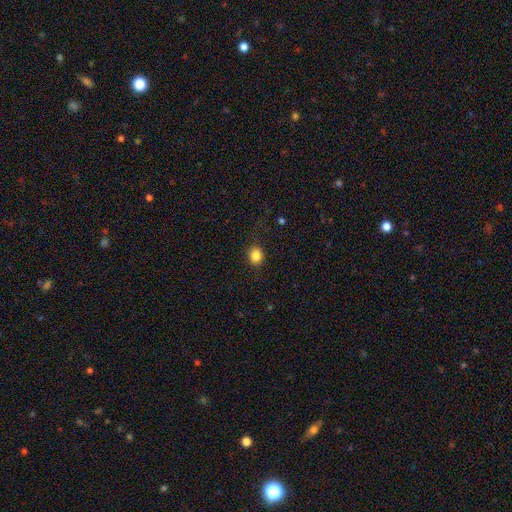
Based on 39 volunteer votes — smooth 82%, star or artifact 13%, featured or disk 5%. Down the decision tree: how rounded — round (56%); merging — none (79%).